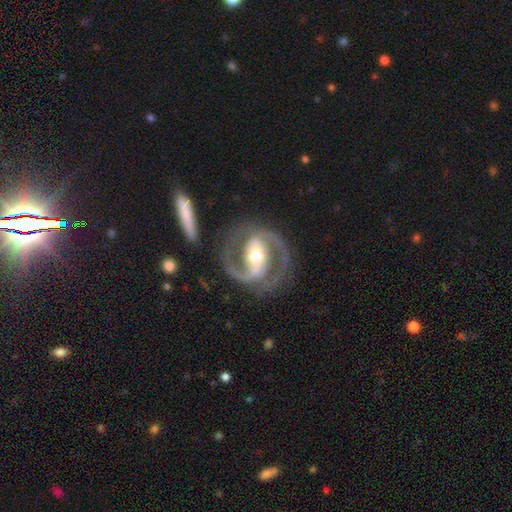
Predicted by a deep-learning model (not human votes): Smooth or featured? Predicted: featured or disk (p=0.91). Edge-on disk? Predicted: no (p=0.97). Bar? Predicted: strong (p=0.59). Spiral arms? Predicted: yes (p=0.96). Spiral winding? Predicted: medium (p=0.58). Spiral arm count? Predicted: 2 (p=0.93). Bulge size? Predicted: moderate (p=0.69). Merging? Predicted: none (p=0.82).